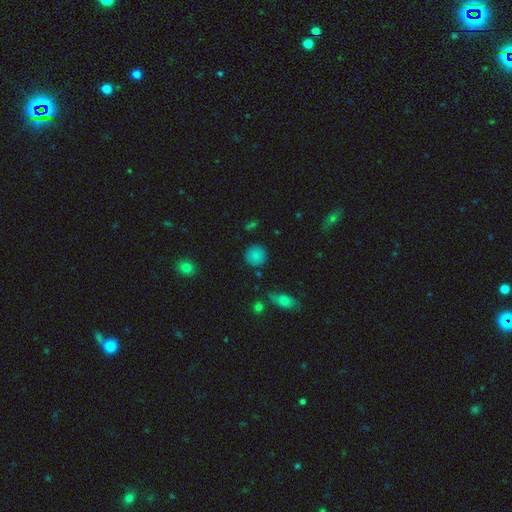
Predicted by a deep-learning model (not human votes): This appears to be a smooth galaxy with no disk features (84%) that is round (90%). Merging: none (85%).